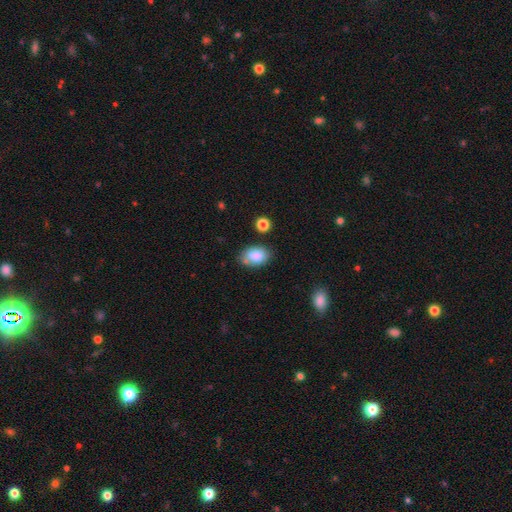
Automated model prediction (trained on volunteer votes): The model was most divided on "merging": none: 65%, minor disturbance: 20%, merger: 10%, major disturbance: 5%. More confident: how rounded — in between (85%); smooth or featured — smooth (83%).